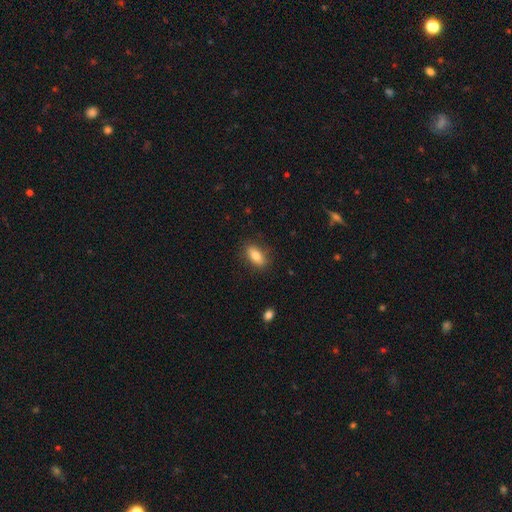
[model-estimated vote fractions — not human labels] Smooth or featured? smooth (78%)
How rounded? in between (83%)
Merging? none (85%)